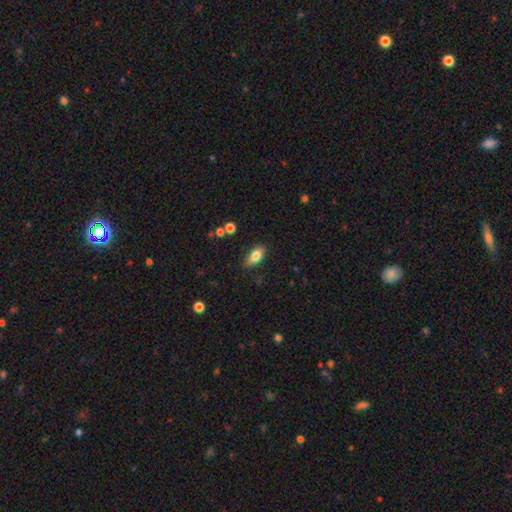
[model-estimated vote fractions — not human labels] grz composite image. It shows a smooth galaxy with no disk features (77%) that is in between round and cigar-shaped (84%). Merging: none (74%).